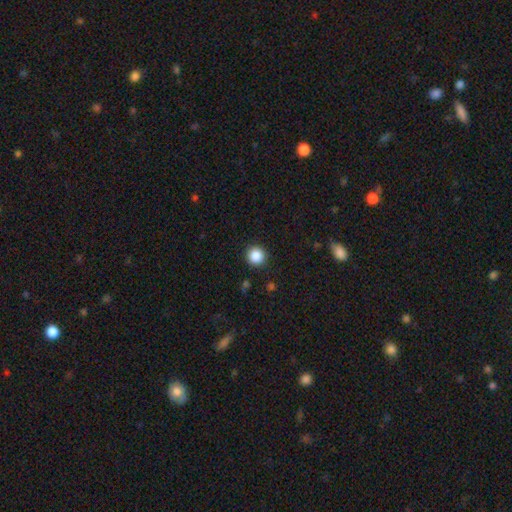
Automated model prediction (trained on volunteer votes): This appears to be a smooth galaxy with no disk features (86%) that is round (95%). Merging: none (92%).